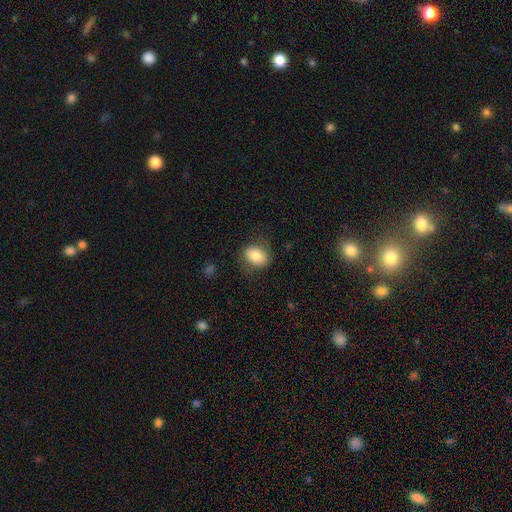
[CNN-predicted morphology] Smooth or featured: smooth — 80% (featured or disk — 11%)
How rounded: in between — 62% (round — 36%)
Merging: none — 77% (minor disturbance — 16%)